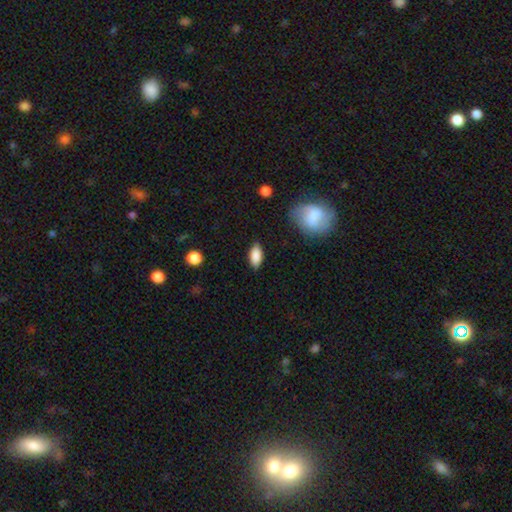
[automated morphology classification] Smooth or featured? Predicted: smooth (p=0.85). How rounded? Predicted: in between (p=0.88). Merging? Predicted: none (p=0.84).